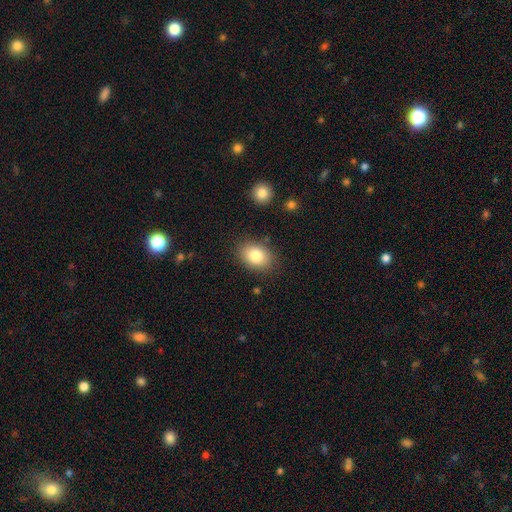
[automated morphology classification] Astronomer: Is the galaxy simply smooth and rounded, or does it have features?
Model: smooth — 82%.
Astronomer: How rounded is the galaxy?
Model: in between — 74%.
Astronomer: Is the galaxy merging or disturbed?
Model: none — 84%.